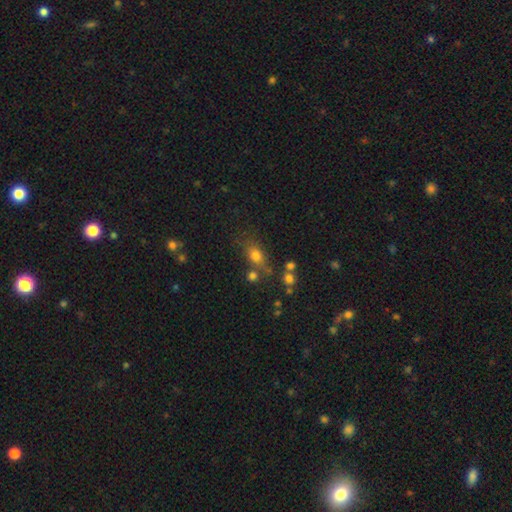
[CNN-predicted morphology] Smooth or featured? smooth (73%)
How rounded? in between (60%)
Merging? none (58%)